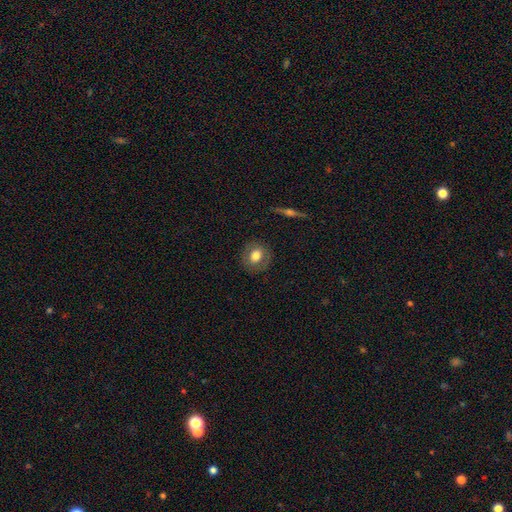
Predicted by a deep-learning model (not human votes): This appears to be a smooth galaxy with no disk features (67%) that is round (74%). Merging: none (85%).